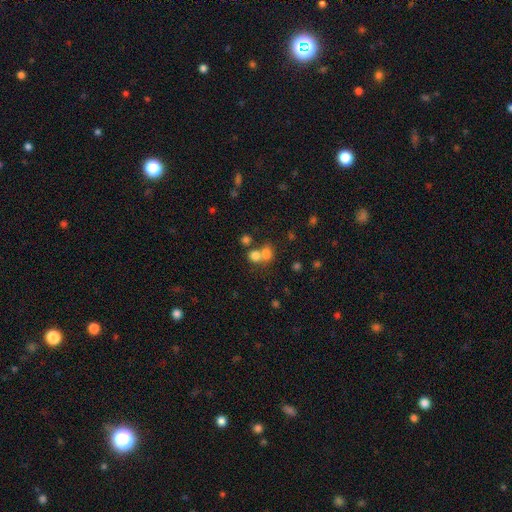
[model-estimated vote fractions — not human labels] smooth 73%, star or artifact 16%, featured or disk 12%. Down the decision tree: how rounded — round (73%); merging — merger (53%).